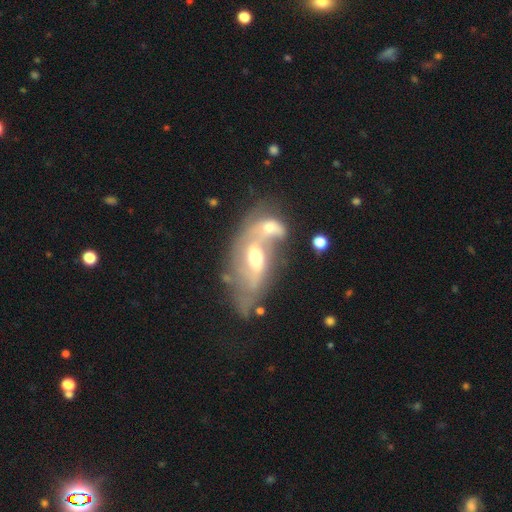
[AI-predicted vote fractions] smooth_or_featured: featured or disk (p=0.68) [alt: smooth p=0.23]
disk_edge_on: no (p=0.88) [alt: yes p=0.12]
bar: no (p=0.51) [alt: weak p=0.35]
has_spiral_arms: yes (p=0.62) [alt: no p=0.38]
bulge_size: moderate (p=0.67) [alt: small p=0.20]
merging: merger (p=0.61) [alt: none p=0.19]